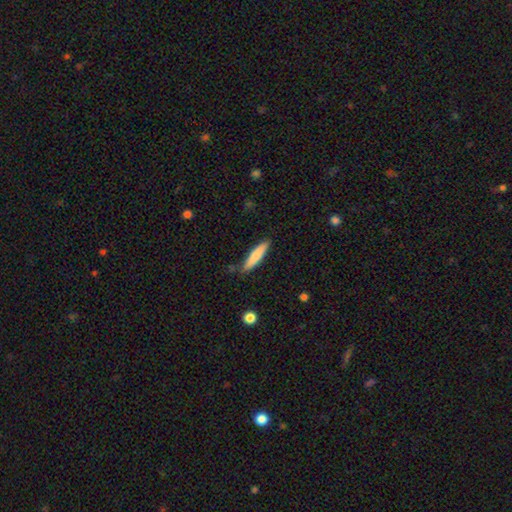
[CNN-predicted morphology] This is likely a smooth galaxy (76%). How rounded: clearly cigar-shaped (86%). Merging: clearly none (82%).